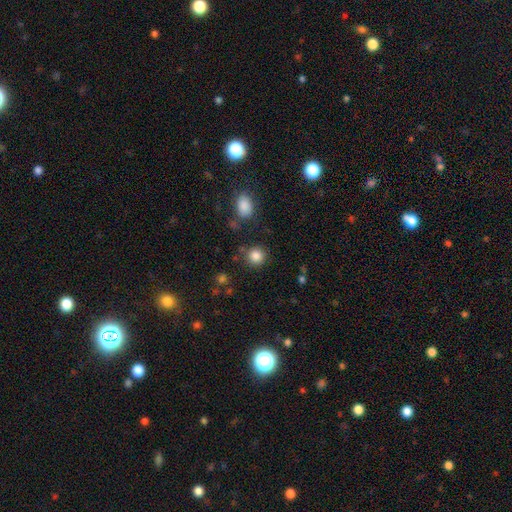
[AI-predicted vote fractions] smooth 85%, star or artifact 10%, featured or disk 4%. Down the decision tree: how rounded — round (90%); merging — none (83%).